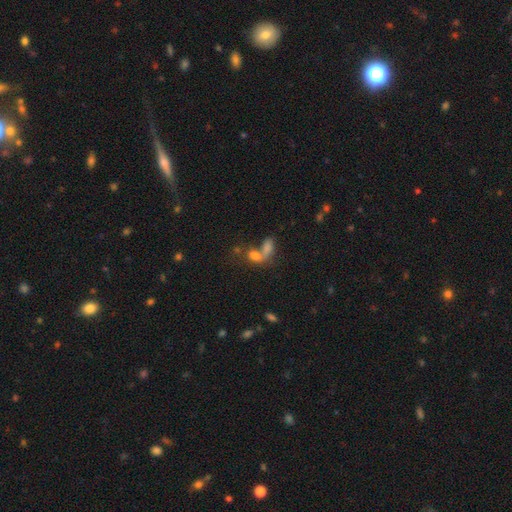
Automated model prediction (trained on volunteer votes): Overall: smooth (68%). How rounded: in between (71%). Merging: merger (66%).